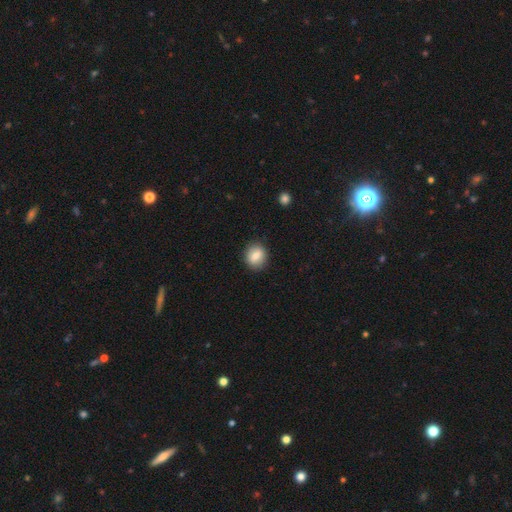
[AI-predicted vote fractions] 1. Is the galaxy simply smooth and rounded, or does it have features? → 82% smooth, 10% featured or disk, 8% star or artifact.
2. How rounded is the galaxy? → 62% round, 37% in between, 1% cigar-shaped.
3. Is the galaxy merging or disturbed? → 87% none, 9% minor disturbance, 2% major disturbance, 1% merger.